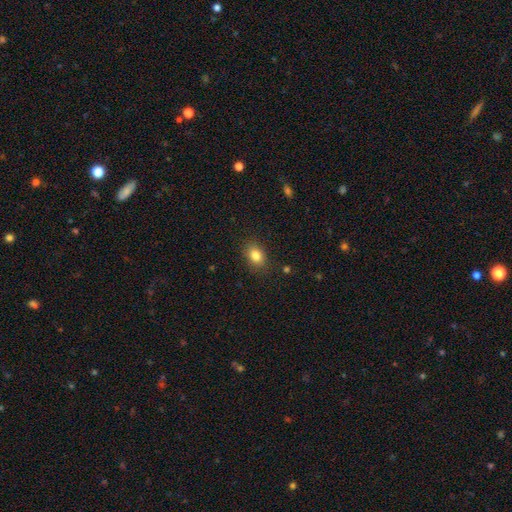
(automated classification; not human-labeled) Smooth or featured?
  - smooth: 83% *
  - star or artifact: 10%
  - featured or disk: 7%
How rounded?
  - in between: 73% *
  - round: 25%
  - cigar-shaped: 1%
Merging?
  - none: 85% *
  - minor disturbance: 11%
  - major disturbance: 3%
  - merger: 1%